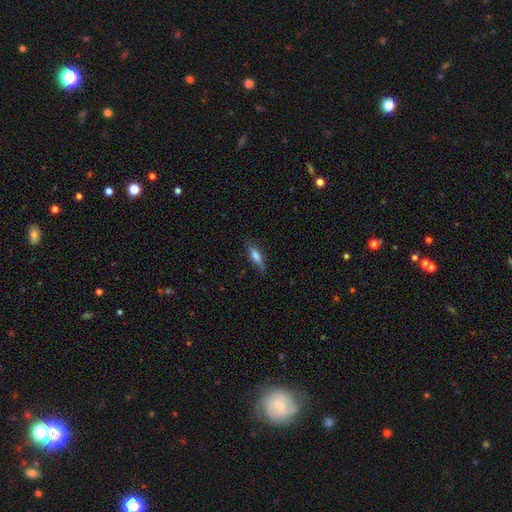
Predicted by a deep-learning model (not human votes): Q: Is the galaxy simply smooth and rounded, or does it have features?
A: smooth — 66%.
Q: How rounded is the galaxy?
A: cigar-shaped — 67%.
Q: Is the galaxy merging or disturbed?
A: none — 77%.